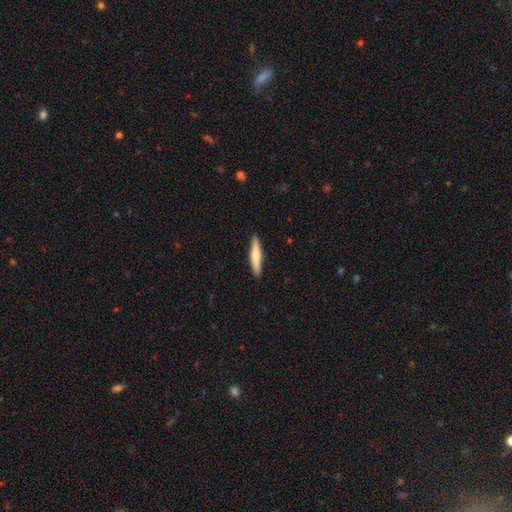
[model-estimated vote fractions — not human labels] The model was most divided on "smooth or featured": smooth: 63%, featured or disk: 32%, star or artifact: 5%. More confident: merging — none (91%); how rounded — cigar-shaped (90%).